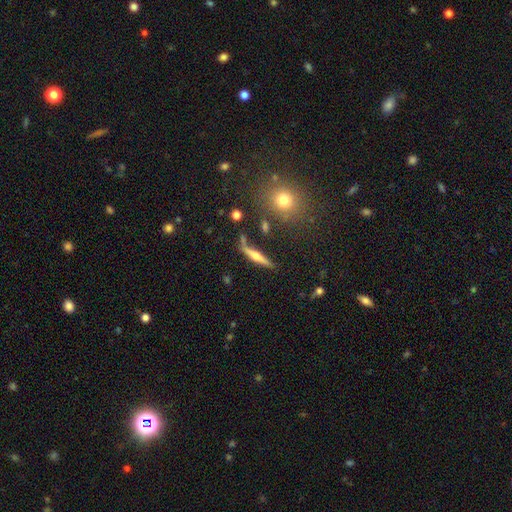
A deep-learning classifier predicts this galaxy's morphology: A featured or disk galaxy (61%) viewed edge-on (94%) with a rounded central bulge (86%). Merging: none (74%).